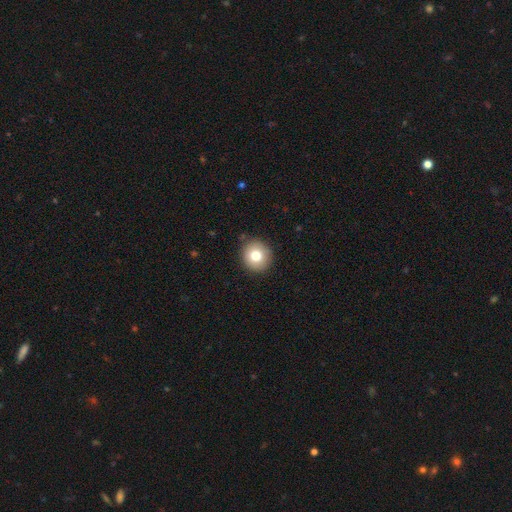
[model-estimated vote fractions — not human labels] Smooth or featured?
  - smooth: 79% *
  - featured or disk: 11%
  - star or artifact: 10%
How rounded?
  - round: 88% *
  - in between: 11%
  - cigar-shaped: 1%
Merging?
  - none: 89% *
  - minor disturbance: 8%
  - major disturbance: 2%
  - merger: 1%